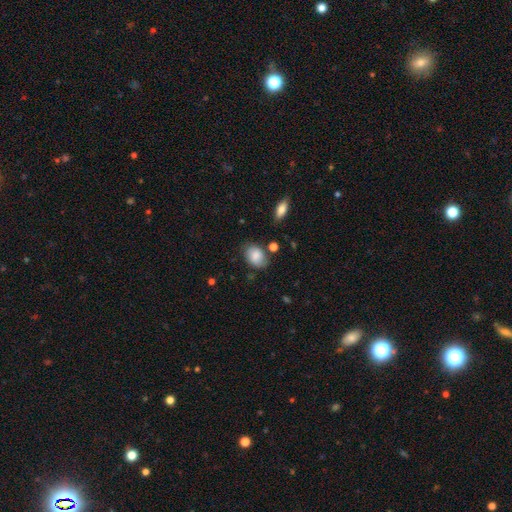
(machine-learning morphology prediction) smooth 81%, featured or disk 12%, star or artifact 8%. Down the decision tree: how rounded — in between (77%); merging — none (71%).